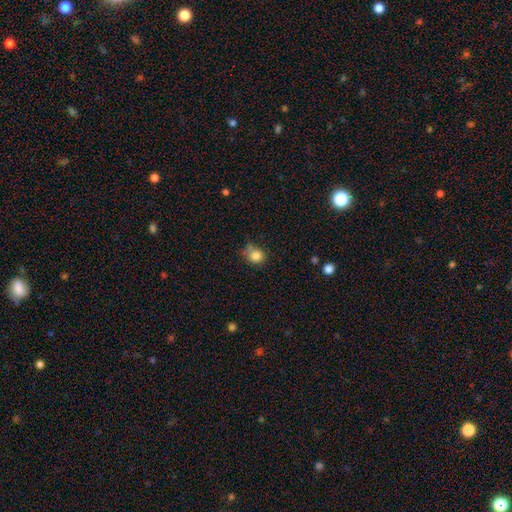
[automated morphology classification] smooth-or-featured: smooth: 83% | star or artifact: 11% | featured or disk: 7%
  how-rounded: round: 74% | in between: 25% | cigar-shaped: 1%
  merging: none: 53% | minor disturbance: 31% | major disturbance: 9% | merger: 7%